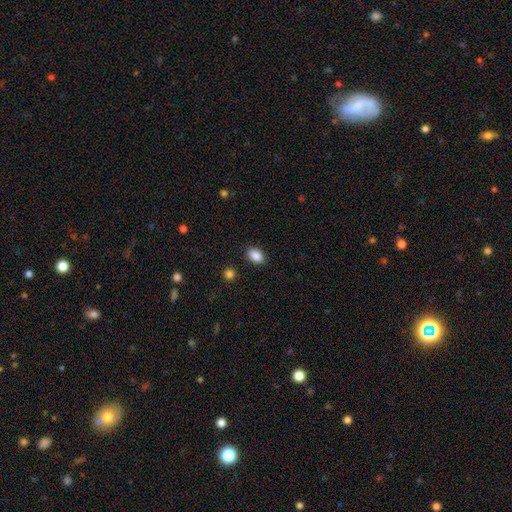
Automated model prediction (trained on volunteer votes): smooth_or_featured: smooth (p=0.88) [alt: star or artifact p=0.08]
how_rounded: in between (p=0.85) [alt: round p=0.14]
merging: none (p=0.88) [alt: minor disturbance p=0.08]